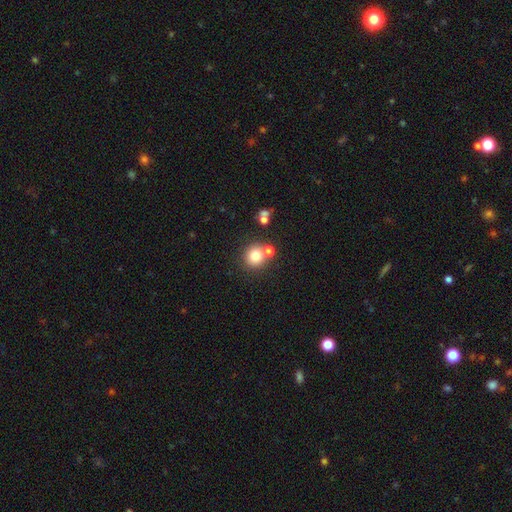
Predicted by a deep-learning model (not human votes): This is likely a smooth galaxy (77%). How rounded: clearly round (89%). Merging: likely none (63%).